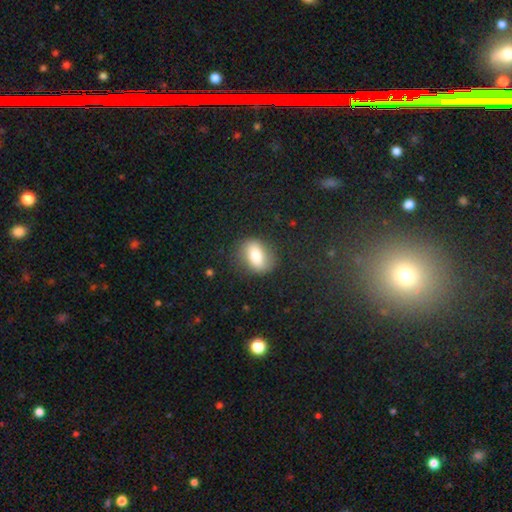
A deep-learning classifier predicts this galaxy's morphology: A smooth galaxy with no disk features (74%) that is in between round and cigar-shaped (75%).

Vote fractions:
- Smooth or featured? smooth: 74% / featured or disk: 18% / star or artifact: 8%
- How rounded? in between: 75% / round: 23% / cigar-shaped: 3%
- Merging? none: 78% / minor disturbance: 14% / major disturbance: 6% / merger: 1%